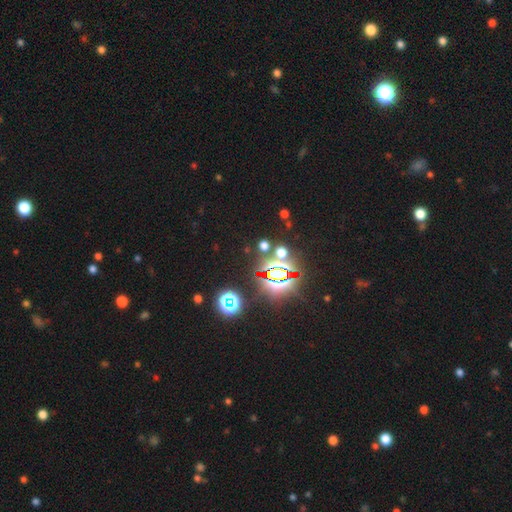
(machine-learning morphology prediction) A star or artifact, not a galaxy (86%).